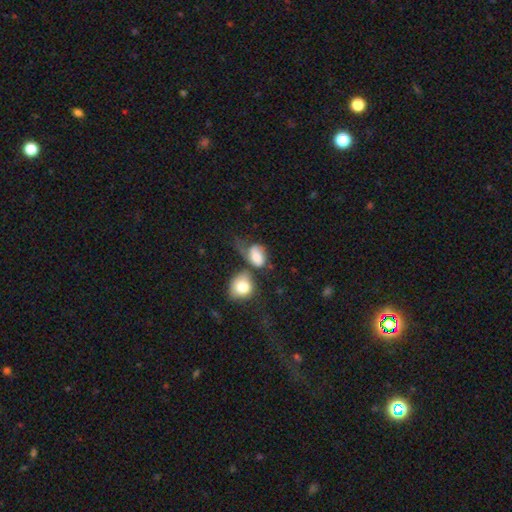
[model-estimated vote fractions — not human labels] This is likely a smooth galaxy (66%). How rounded: likely in between (71%). Merging: marginally major disturbance (33%).